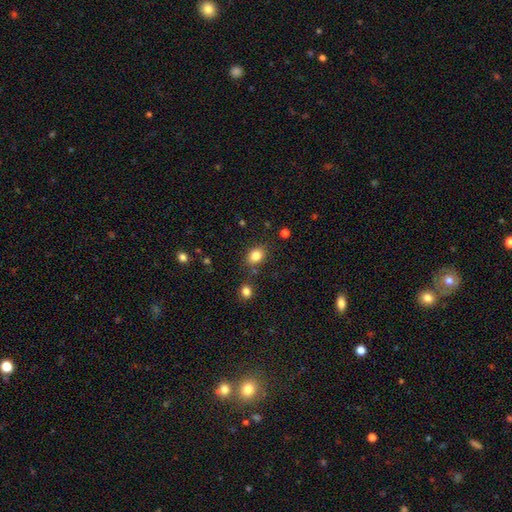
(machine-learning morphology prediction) A smooth galaxy with no disk features (84%) that is in between round and cigar-shaped (57%). Merging: none (79%).